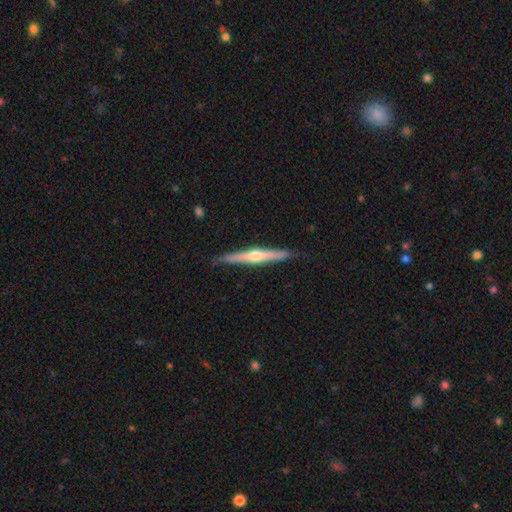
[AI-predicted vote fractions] Smooth or featured: featured or disk — 70% (smooth — 25%)
Edge-on disk: yes — 98% (no — 2%)
Edge-on bulge: rounded — 88% (none — 8%)
Merging: none — 87% (minor disturbance — 10%)